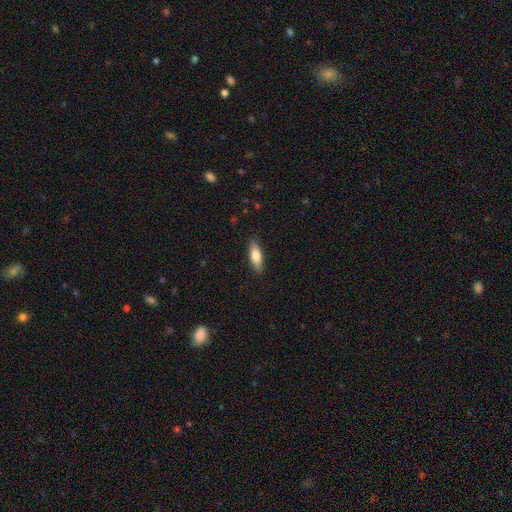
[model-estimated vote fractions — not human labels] Smooth or featured? smooth (77%)
How rounded? in between (58%)
Merging? none (87%)